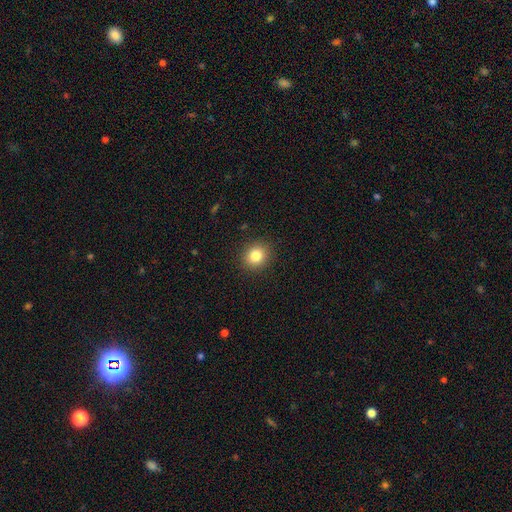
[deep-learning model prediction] Smooth or featured? smooth (83%)
How rounded? round (78%)
Merging? none (90%)